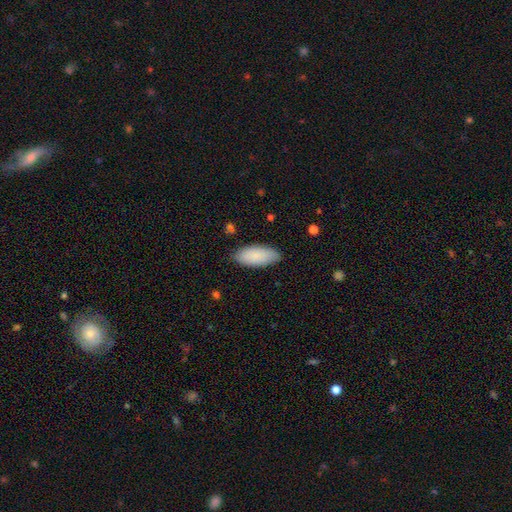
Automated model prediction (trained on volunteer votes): This is clearly a smooth galaxy (87%). How rounded: clearly in between (88%). Merging: clearly none (84%).